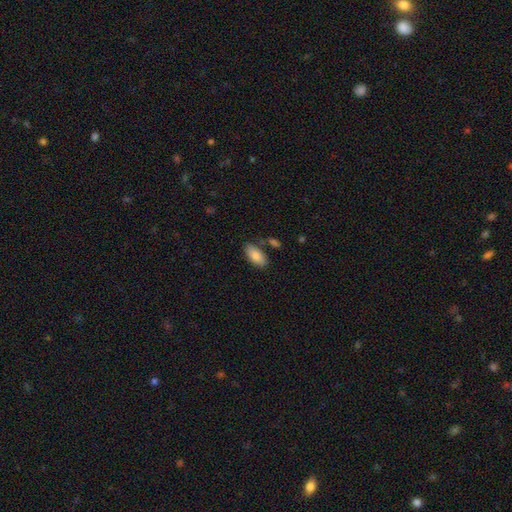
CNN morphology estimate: Overall: smooth (83%). How rounded: in between (91%). Merging: none (78%).